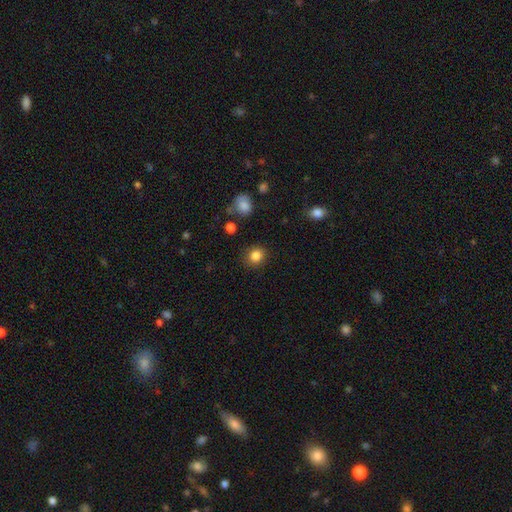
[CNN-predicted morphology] This is clearly a smooth galaxy (85%). How rounded: clearly round (83%). Merging: clearly none (87%).